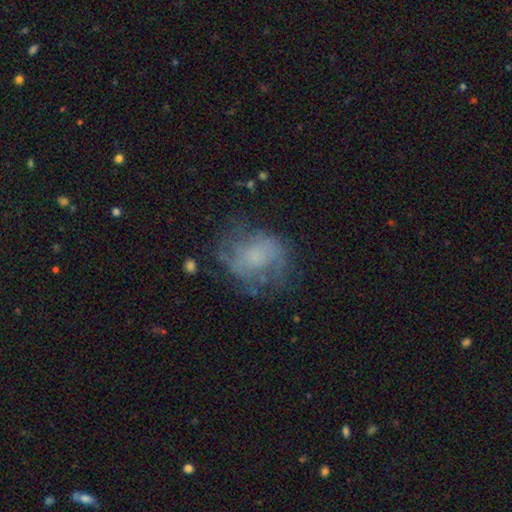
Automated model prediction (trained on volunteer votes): The model was most divided on "smooth or featured": featured or disk: 50%, smooth: 38%, star or artifact: 12%. More confident: merging — none (58%).